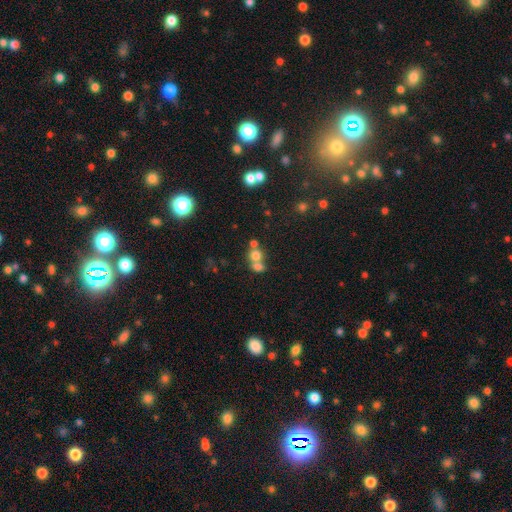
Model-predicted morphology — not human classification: This appears to be a smooth galaxy with no disk features (70%) that is round (75%). Merging: merger (57%).